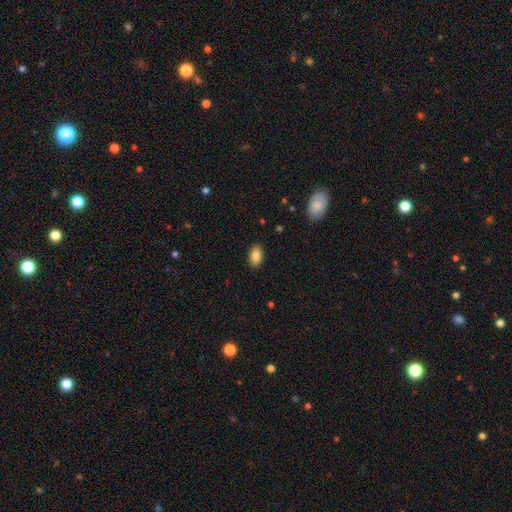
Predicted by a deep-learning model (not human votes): This is clearly a smooth galaxy (86%). How rounded: clearly in between (92%). Merging: clearly none (89%).